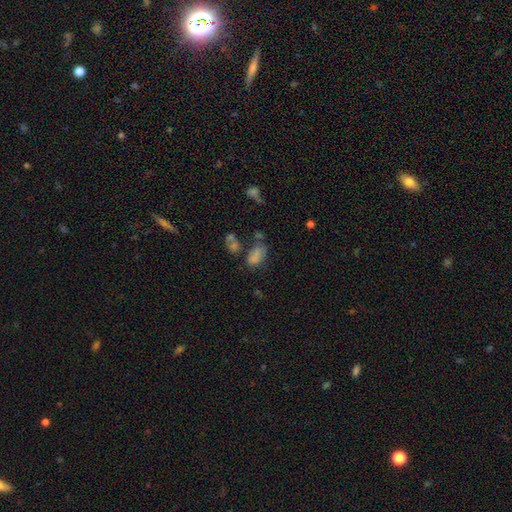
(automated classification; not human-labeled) Morphology: type=smooth (70%); roundness=in between (87%); merging=none (41%).